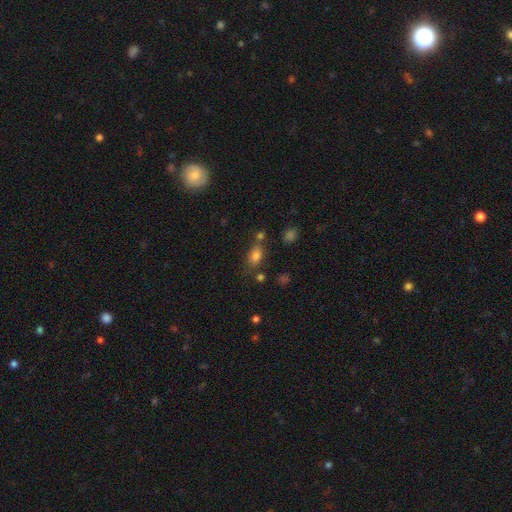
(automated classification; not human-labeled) Overall: smooth (79%). How rounded: in between (81%). Merging: none (62%).